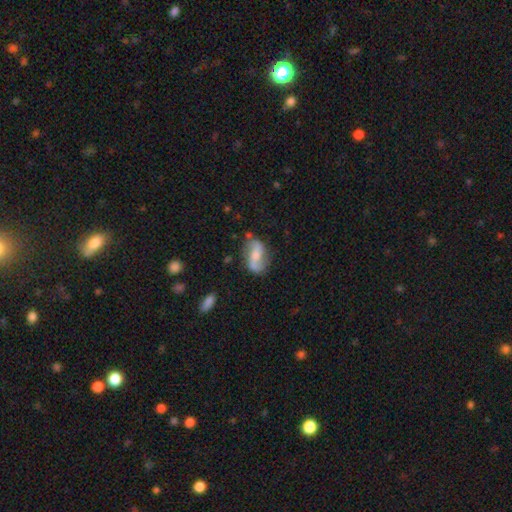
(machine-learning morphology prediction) A featured or disk galaxy (67%) with a weak bar (38%), 2 (88%) loose (67%) spiral arms (89%) and a small central bulge (44%, tied with moderate). Merging: none (70%).